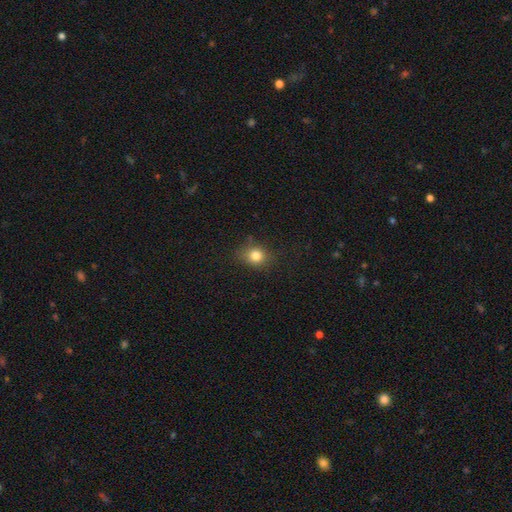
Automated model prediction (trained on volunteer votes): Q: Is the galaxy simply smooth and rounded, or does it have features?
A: smooth — 81%.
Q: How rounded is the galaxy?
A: round — 67%.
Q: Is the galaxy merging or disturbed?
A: none — 78%.